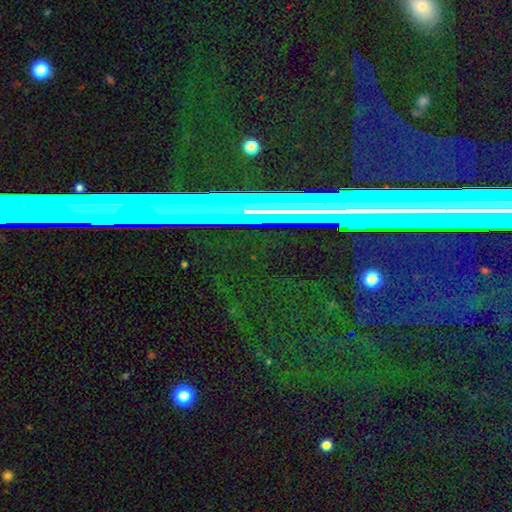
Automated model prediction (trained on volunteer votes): Smooth or featured? Predicted: star or artifact (p=0.70).